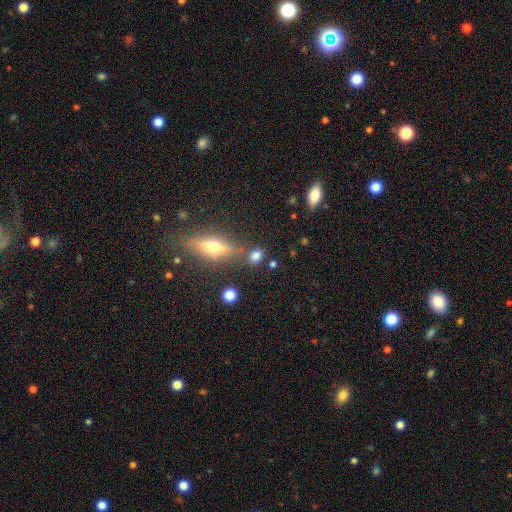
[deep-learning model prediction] smooth-or-featured: smooth: 74% | star or artifact: 15% | featured or disk: 11%
  how-rounded: in between: 67% | round: 26% | cigar-shaped: 7%
  merging: none: 69% | merger: 13% | minor disturbance: 12% | major disturbance: 5%